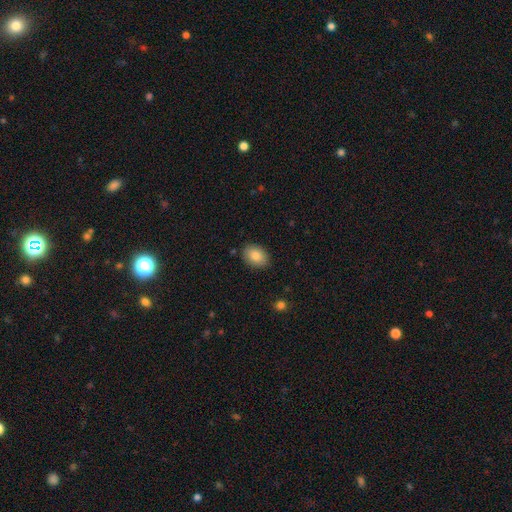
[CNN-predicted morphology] The model was most divided on "how rounded": in between: 75%, round: 24%, cigar-shaped: 1%. More confident: merging — none (86%); smooth or featured — smooth (85%).